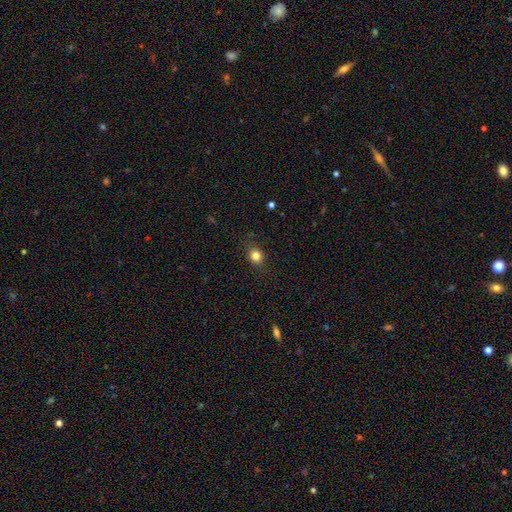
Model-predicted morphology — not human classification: smooth_or_featured: smooth (p=0.82) [alt: star or artifact p=0.12]
how_rounded: round (p=0.68) [alt: in between p=0.31]
merging: none (p=0.84) [alt: minor disturbance p=0.12]